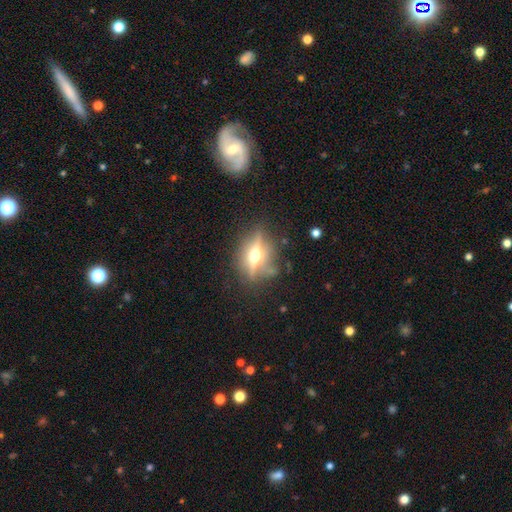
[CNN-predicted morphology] Q: Smooth or featured?
A: featured or disk (70%); runner-up: smooth (21%)
Q: Edge-on disk?
A: yes (88%); runner-up: no (12%)
Q: Edge-on bulge?
A: rounded (95%); runner-up: boxy (3%)
Q: Merging?
A: none (79%); runner-up: minor disturbance (13%)